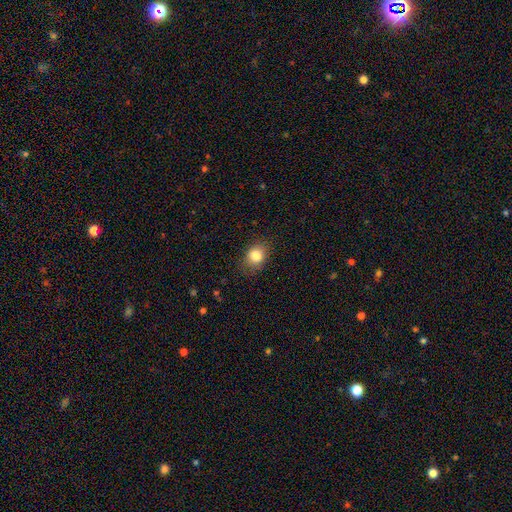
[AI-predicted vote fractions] Smooth or featured? Predicted: smooth (p=0.83). How rounded? Predicted: in between (p=0.51). Merging? Predicted: none (p=0.79).